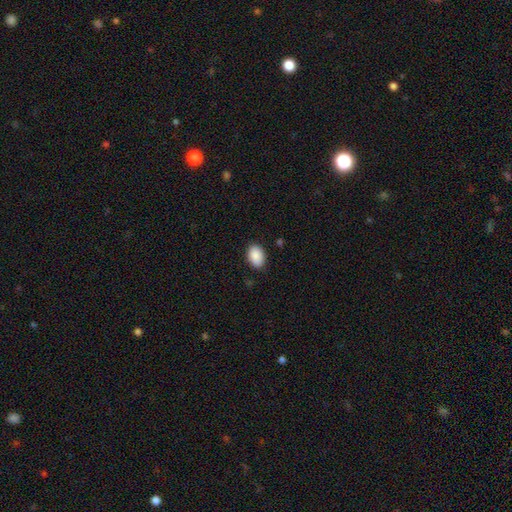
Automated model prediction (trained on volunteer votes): A smooth galaxy with no disk features (90%) that is in between round and cigar-shaped (86%). Merging: none (86%).